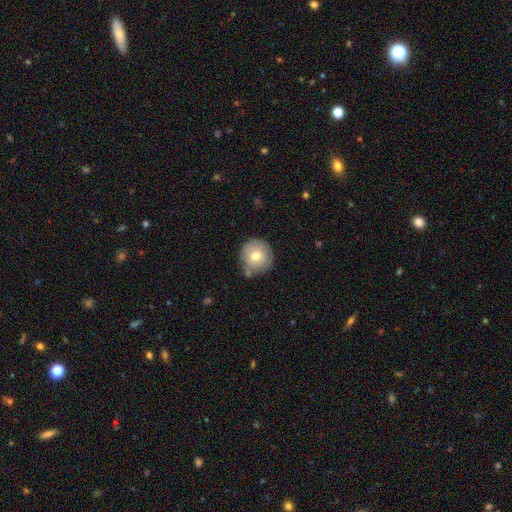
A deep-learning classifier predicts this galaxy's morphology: smooth_or_featured: smooth (p=0.74) [alt: featured or disk p=0.18]
how_rounded: round (p=0.94) [alt: in between p=0.05]
merging: none (p=0.73) [alt: minor disturbance p=0.17]